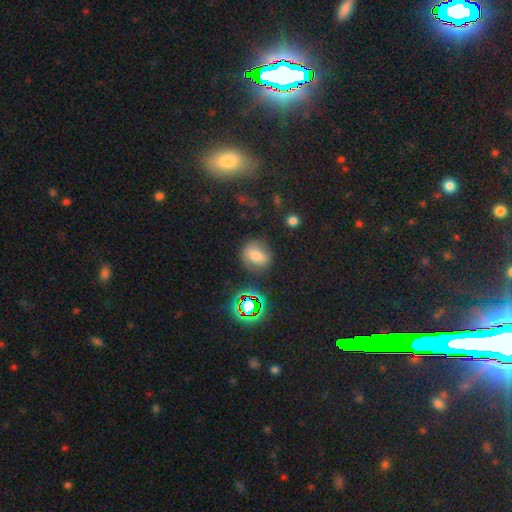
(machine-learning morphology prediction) smooth_or_featured: smooth (p=0.67) [alt: star or artifact p=0.18]
how_rounded: round (p=0.61) [alt: in between p=0.37]
merging: none (p=0.76) [alt: minor disturbance p=0.15]